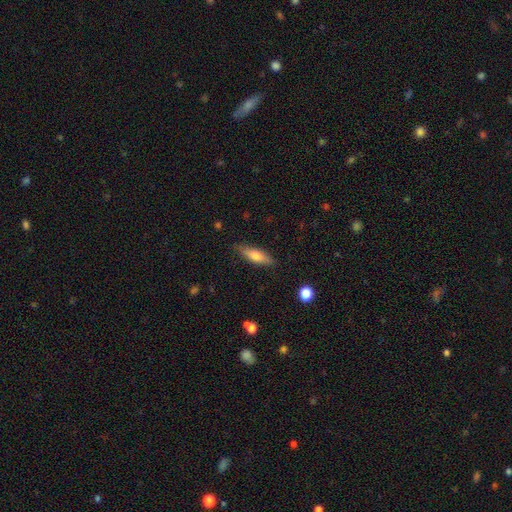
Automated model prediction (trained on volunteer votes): smooth_or_featured: smooth (p=0.65) [alt: featured or disk p=0.29]
how_rounded: cigar-shaped (p=0.59) [alt: in between p=0.39]
merging: none (p=0.85) [alt: minor disturbance p=0.12]